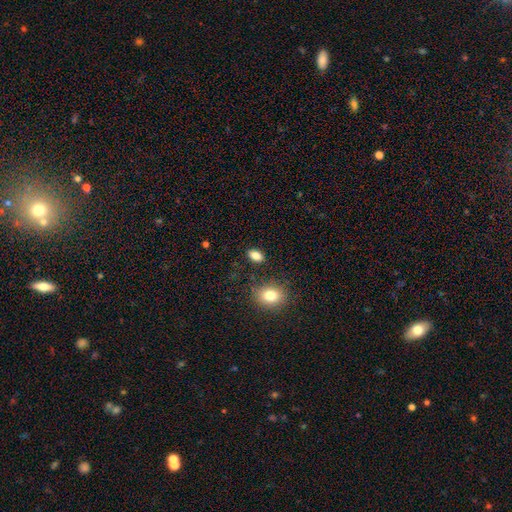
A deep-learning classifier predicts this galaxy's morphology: This appears to be a smooth galaxy with no disk features (85%) that is in between round and cigar-shaped (87%). Merging: none (86%).